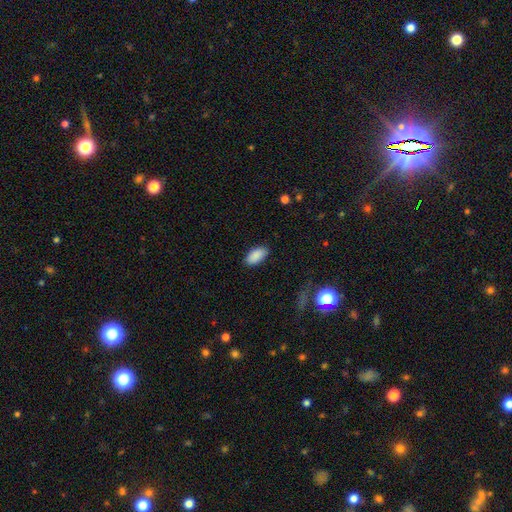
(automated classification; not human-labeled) smooth-or-featured: smooth: 89% | star or artifact: 7% | featured or disk: 4%
  how-rounded: in between: 94% | cigar-shaped: 4% | round: 2%
  merging: none: 86% | minor disturbance: 10% | major disturbance: 2% | merger: 1%